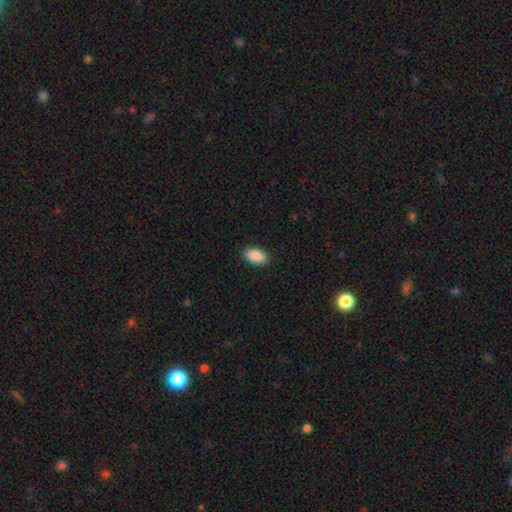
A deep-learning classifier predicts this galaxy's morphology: A smooth galaxy with no disk features (90%) that is in between round and cigar-shaped (93%).

Vote fractions:
- Smooth or featured? smooth: 90% / star or artifact: 7% / featured or disk: 4%
- How rounded? in between: 93% / round: 5% / cigar-shaped: 2%
- Merging? none: 89% / minor disturbance: 8% / major disturbance: 2% / merger: 1%